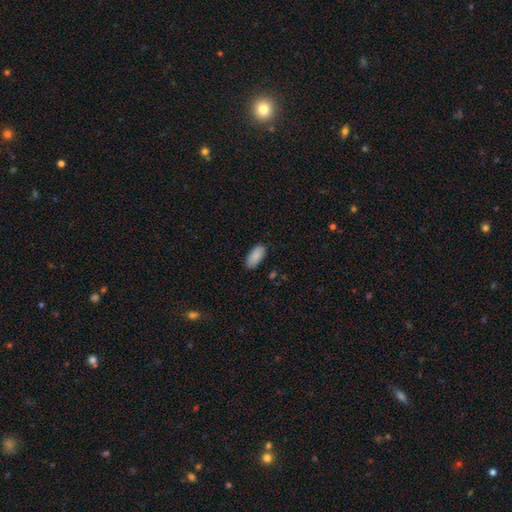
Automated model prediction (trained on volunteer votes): Smooth or featured? smooth (90%)
How rounded? in between (92%)
Merging? none (86%)